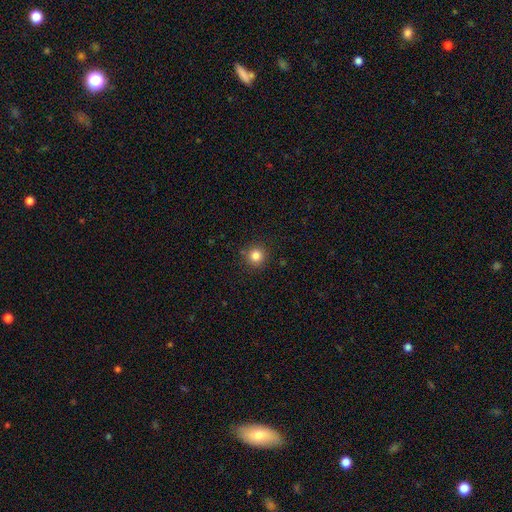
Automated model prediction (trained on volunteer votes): smooth_or_featured: smooth (p=0.83) [alt: star or artifact p=0.12]
how_rounded: round (p=0.95) [alt: in between p=0.04]
merging: none (p=0.90) [alt: minor disturbance p=0.06]